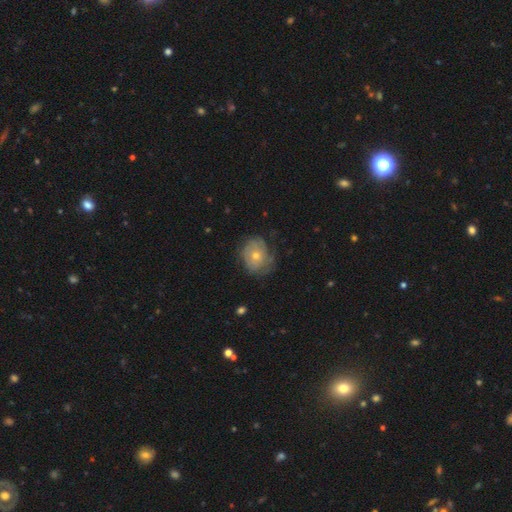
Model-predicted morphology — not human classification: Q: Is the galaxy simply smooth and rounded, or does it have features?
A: featured or disk — 46%.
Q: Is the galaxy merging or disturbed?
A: none — 65%.